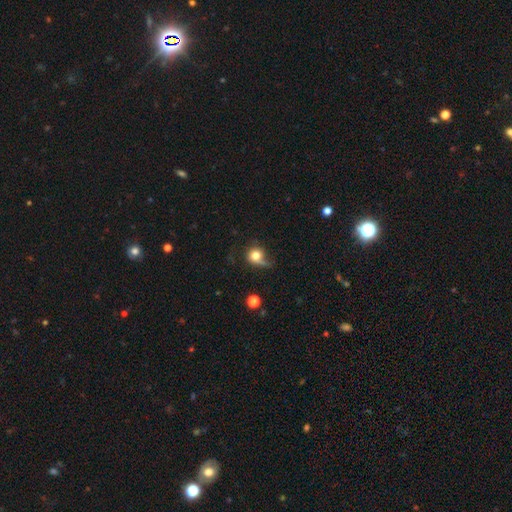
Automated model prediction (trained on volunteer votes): Smooth or featured: smooth — 65% (featured or disk — 24%)
How rounded: round — 79% (in between — 19%)
Merging: none — 38% (major disturbance — 33%)